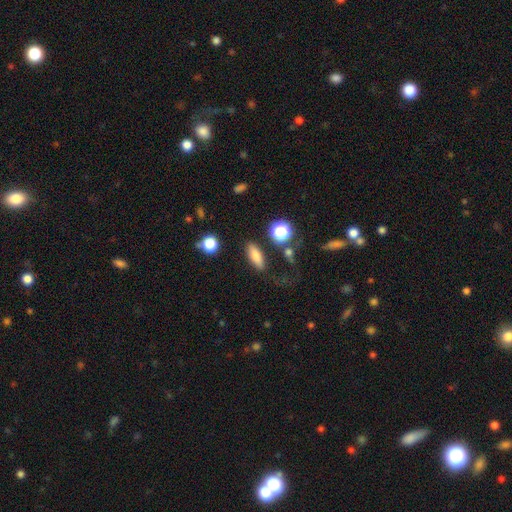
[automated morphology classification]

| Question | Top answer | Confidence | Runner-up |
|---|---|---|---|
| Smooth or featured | smooth | 77% | featured or disk (11%) |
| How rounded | in between | 61% | cigar-shaped (32%) |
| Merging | none | 82% | minor disturbance (10%) |